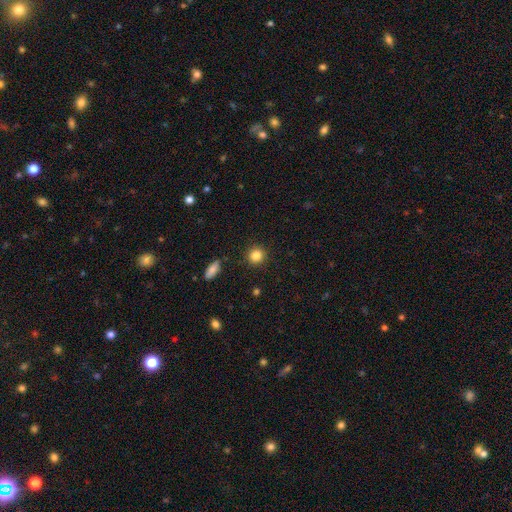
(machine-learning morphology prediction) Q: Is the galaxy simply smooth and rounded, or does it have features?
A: smooth — 85%.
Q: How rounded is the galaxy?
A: round — 90%.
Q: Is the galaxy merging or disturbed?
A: none — 90%.